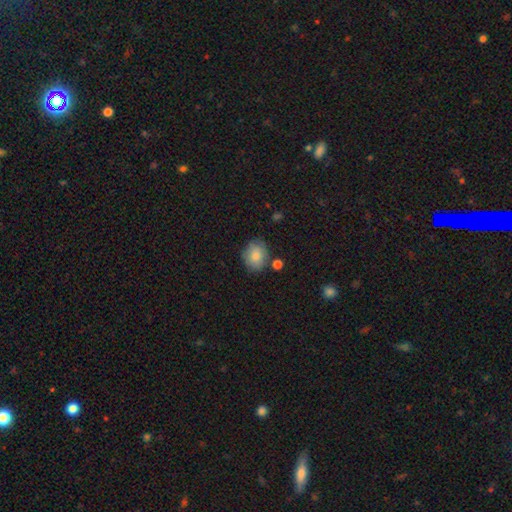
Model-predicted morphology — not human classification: smooth_or_featured: smooth (p=0.80) [alt: featured or disk p=0.13]
how_rounded: round (p=0.59) [alt: in between p=0.40]
merging: none (p=0.71) [alt: minor disturbance p=0.18]